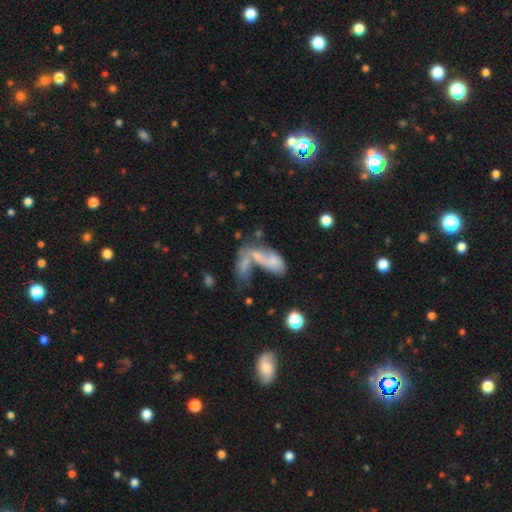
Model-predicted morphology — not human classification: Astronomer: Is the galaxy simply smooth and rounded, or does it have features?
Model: smooth — 53% (runner-up: featured or disk, 35%).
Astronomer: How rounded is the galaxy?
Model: in between — 77%.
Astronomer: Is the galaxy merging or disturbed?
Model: merger — 68%.